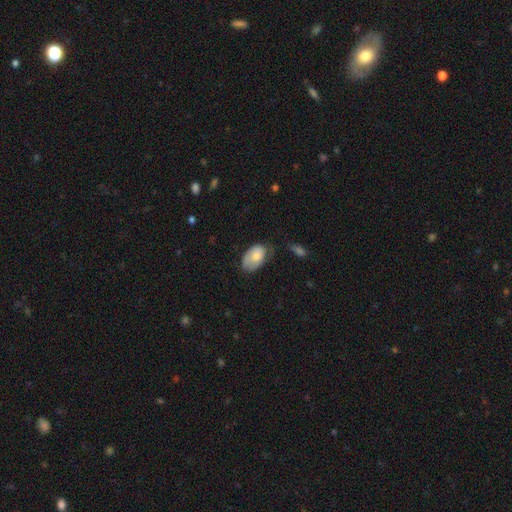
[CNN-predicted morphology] Smooth or featured? smooth (74%)
How rounded? in between (91%)
Merging? none (42%)